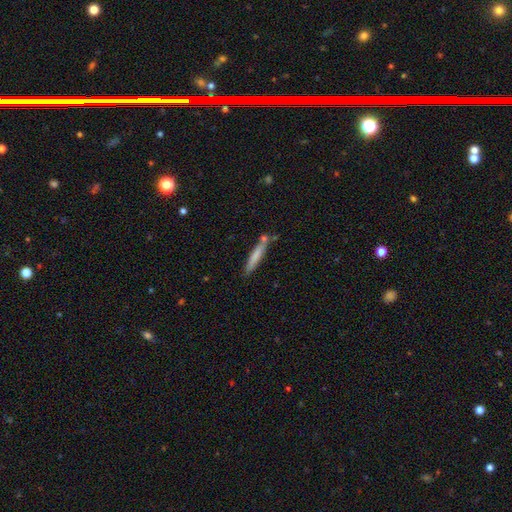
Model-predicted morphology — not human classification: Smooth or featured?
  - smooth: 72% *
  - featured or disk: 22%
  - star or artifact: 6%
How rounded?
  - cigar-shaped: 94% *
  - in between: 5%
  - round: 1%
Merging?
  - none: 74% *
  - minor disturbance: 14%
  - merger: 10%
  - major disturbance: 3%